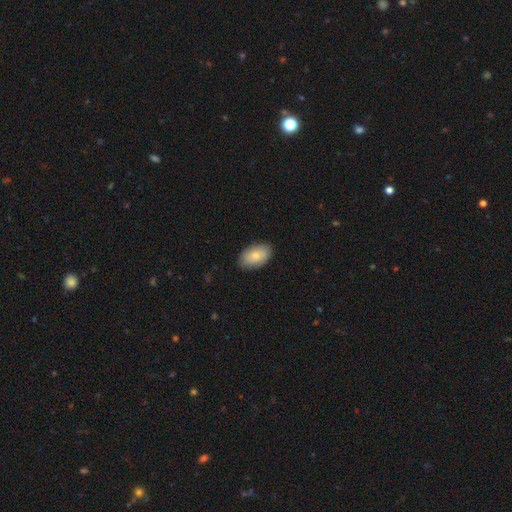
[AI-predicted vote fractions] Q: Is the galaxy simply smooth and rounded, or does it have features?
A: smooth — 84%.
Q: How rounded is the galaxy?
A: in between — 94%.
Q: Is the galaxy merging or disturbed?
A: none — 86%.